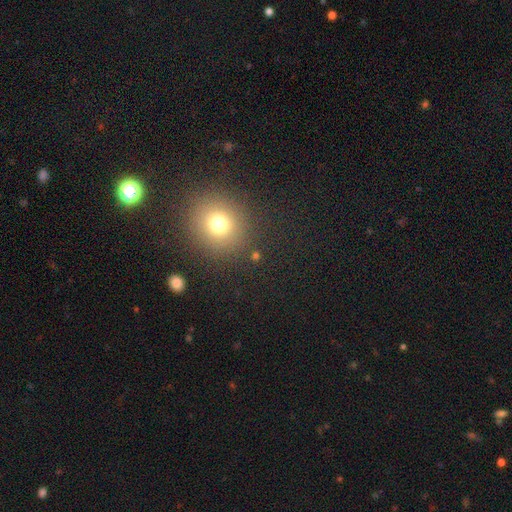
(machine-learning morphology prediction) Smooth or featured? smooth (69%)
How rounded? round (86%)
Merging? none (87%)